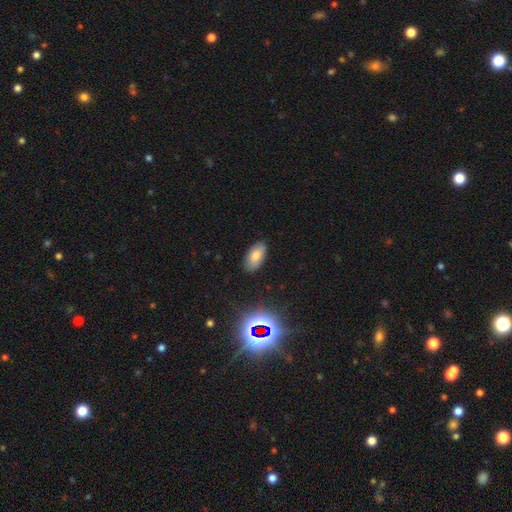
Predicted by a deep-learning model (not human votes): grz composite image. It shows a smooth galaxy with no disk features (75%) that is in between round and cigar-shaped (93%). Merging: none (85%).